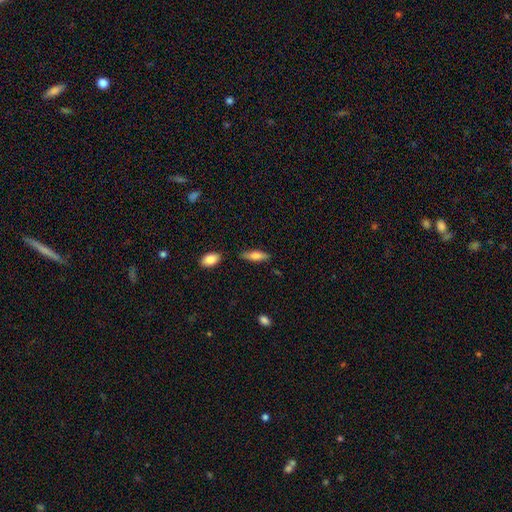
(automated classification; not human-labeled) Smooth or featured: smooth — 74% (featured or disk — 20%)
How rounded: in between — 52% (cigar-shaped — 46%)
Merging: none — 81% (minor disturbance — 13%)